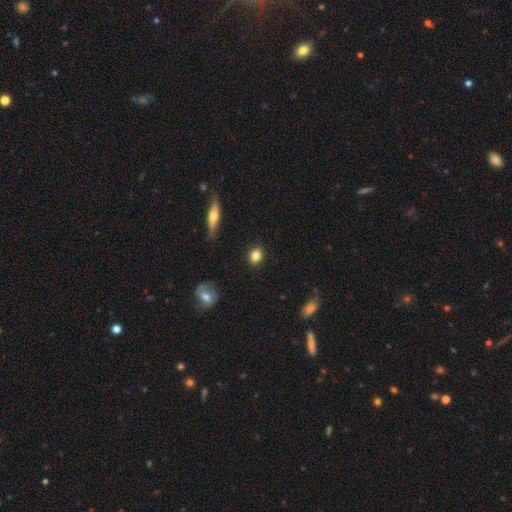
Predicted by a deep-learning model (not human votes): A smooth galaxy with no disk features (84%) that is in between round and cigar-shaped (54%).

Vote fractions:
- Smooth or featured? smooth: 84% / star or artifact: 9% / featured or disk: 8%
- How rounded? in between: 54% / round: 44% / cigar-shaped: 3%
- Merging? none: 87% / minor disturbance: 9% / major disturbance: 2% / merger: 1%